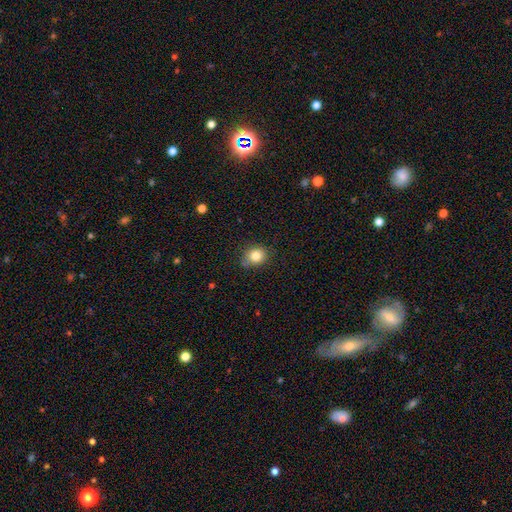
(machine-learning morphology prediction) A smooth galaxy with no disk features (82%) that is round (71%).

Vote fractions:
- Smooth or featured? smooth: 82% / star or artifact: 11% / featured or disk: 7%
- How rounded? round: 71% / in between: 29% / cigar-shaped: 1%
- Merging? none: 73% / minor disturbance: 21% / major disturbance: 4% / merger: 3%